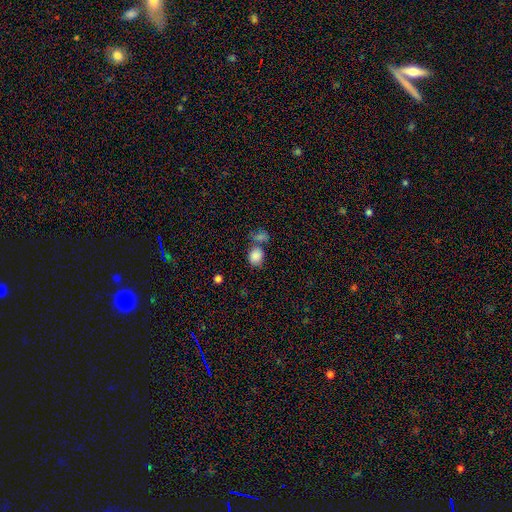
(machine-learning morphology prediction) Smooth or featured?
  - smooth: 86% *
  - star or artifact: 9%
  - featured or disk: 5%
How rounded?
  - round: 51% *
  - in between: 48%
  - cigar-shaped: 1%
Merging?
  - none: 50% *
  - merger: 31%
  - minor disturbance: 13%
  - major disturbance: 5%